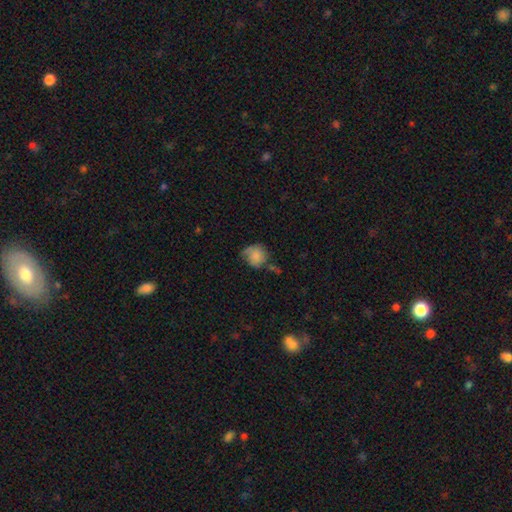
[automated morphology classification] smooth 74%, featured or disk 17%, star or artifact 9%. Down the decision tree: how rounded — round (79%); merging — none (43%).